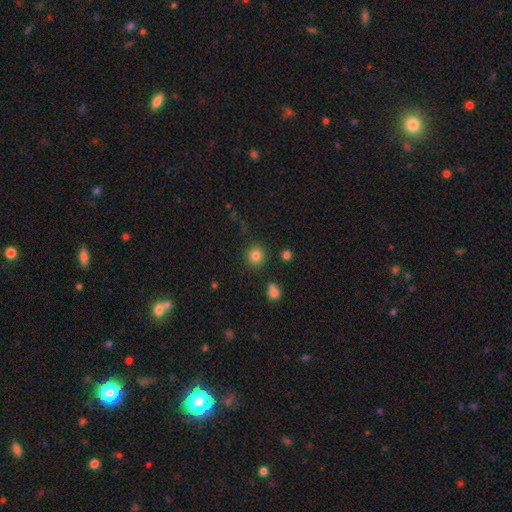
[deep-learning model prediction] Smooth or featured? smooth (83%)
How rounded? round (89%)
Merging? none (87%)